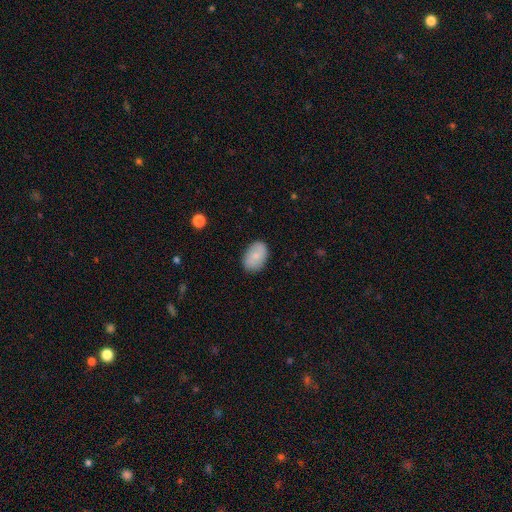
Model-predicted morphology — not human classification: A smooth galaxy with no disk features (80%) that is in between round and cigar-shaped (85%). Merging: none (84%).